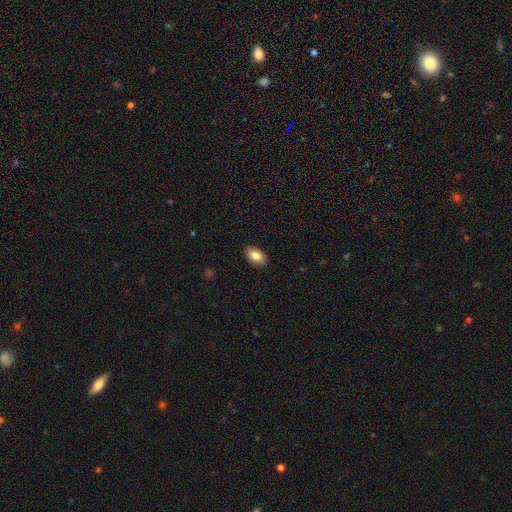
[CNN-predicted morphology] type=smooth (84%); roundness=in between (90%); merging=none (88%).